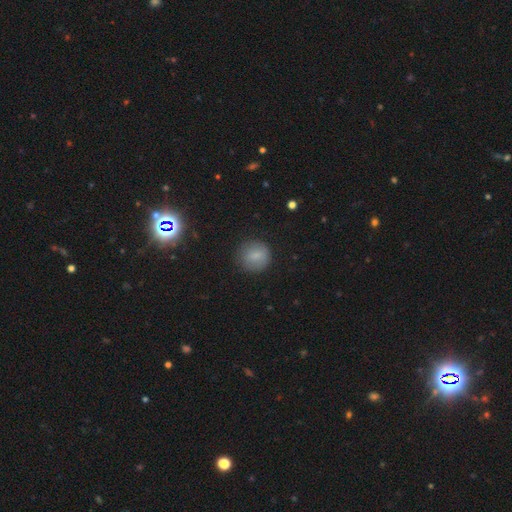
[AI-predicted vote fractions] A smooth galaxy with no disk features (80%) that is round (88%). Merging: none (81%).